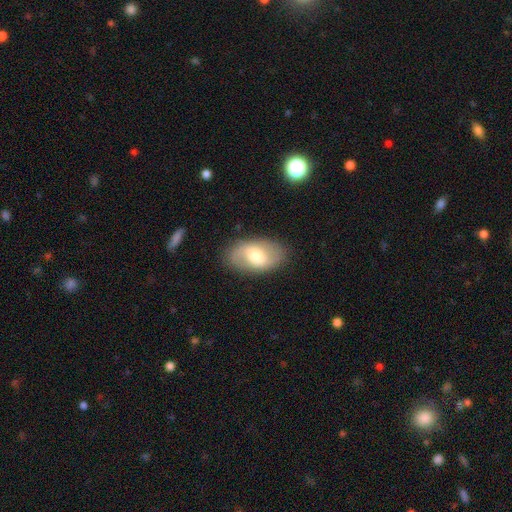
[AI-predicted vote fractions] Smooth or featured? smooth (49%)
Merging? none (82%)